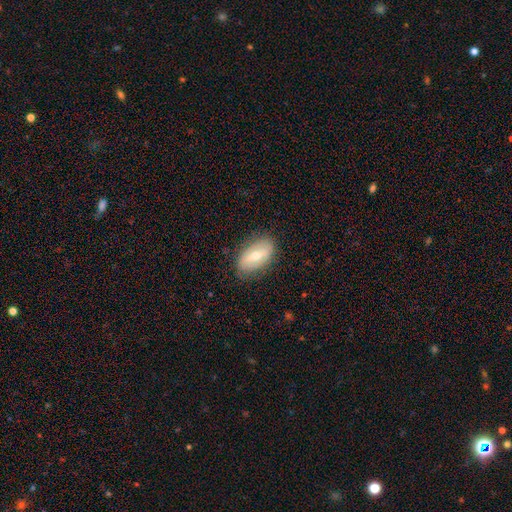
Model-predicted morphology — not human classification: smooth_or_featured: smooth (p=0.51) [alt: featured or disk p=0.42]
how_rounded: in between (p=0.92) [alt: round p=0.05]
merging: none (p=0.80) [alt: minor disturbance p=0.15]